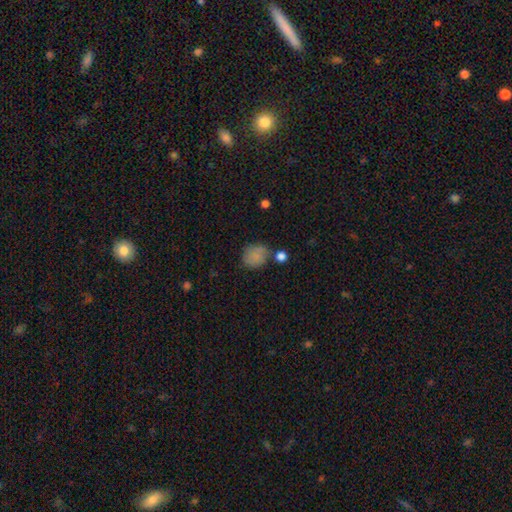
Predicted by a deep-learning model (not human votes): Smooth or featured? smooth (83%)
How rounded? round (73%)
Merging? none (63%)